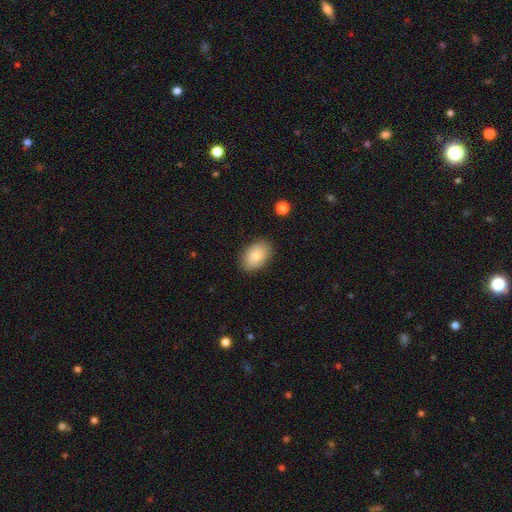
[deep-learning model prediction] This is clearly a smooth galaxy (82%). How rounded: clearly in between (88%). Merging: clearly none (85%).